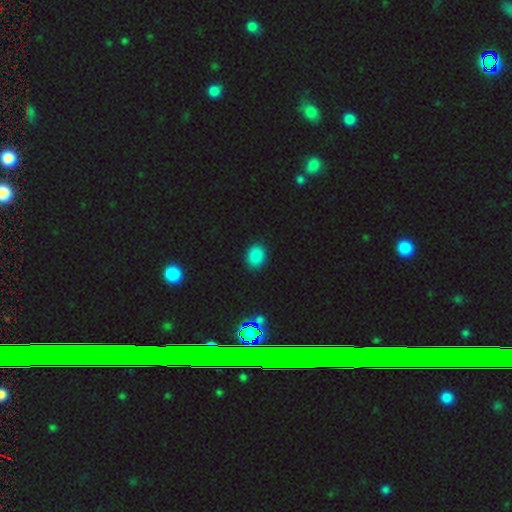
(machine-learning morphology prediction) Overall: smooth (84%). How rounded: in between (55%; round 44%). Merging: none (88%).